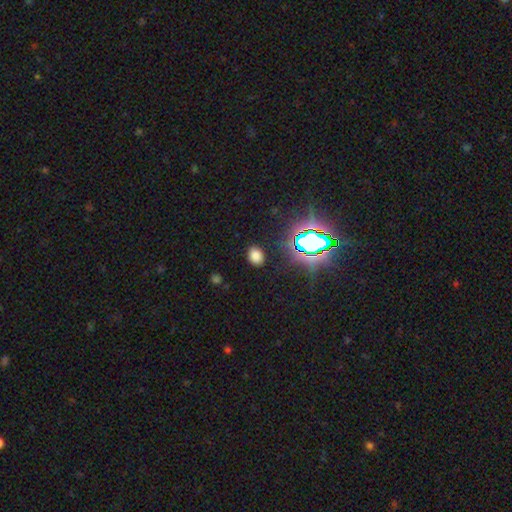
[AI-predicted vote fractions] This appears to be a smooth galaxy with no disk features (72%) that is in between round and cigar-shaped (64%). Merging: none (86%).